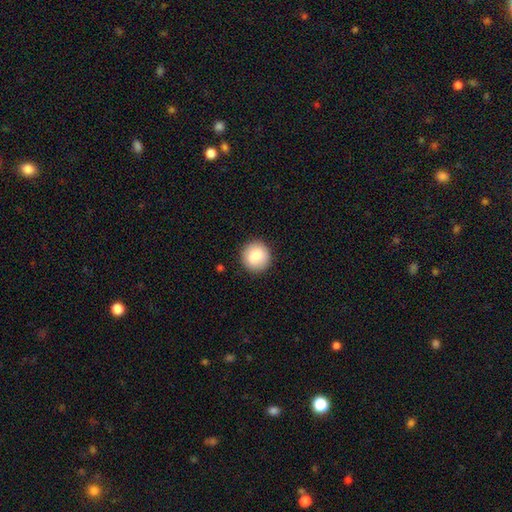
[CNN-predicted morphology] Smooth or featured? Predicted: smooth (p=0.83). How rounded? Predicted: round (p=0.92). Merging? Predicted: none (p=0.90).